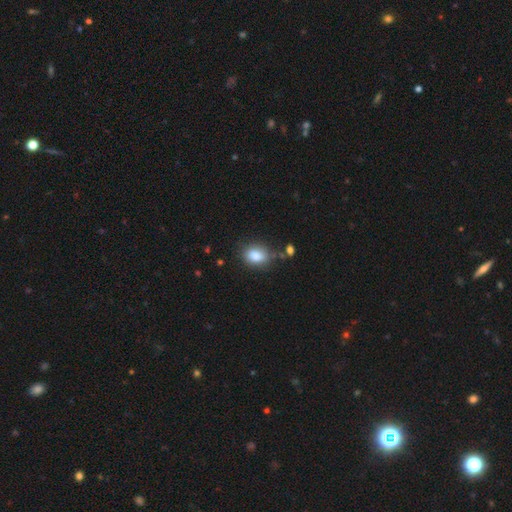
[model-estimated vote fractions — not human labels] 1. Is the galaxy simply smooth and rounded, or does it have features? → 85% smooth, 8% star or artifact, 7% featured or disk.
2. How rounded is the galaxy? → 73% in between, 25% round, 1% cigar-shaped.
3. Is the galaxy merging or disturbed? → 72% none, 17% minor disturbance, 5% merger, 5% major disturbance.